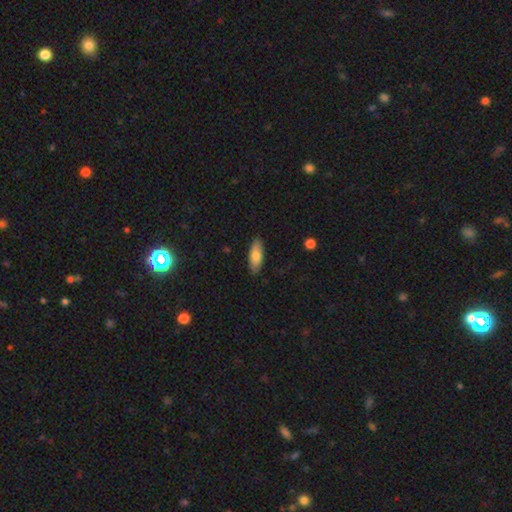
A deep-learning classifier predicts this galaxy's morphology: A smooth galaxy with no disk features (77%) that is in between round and cigar-shaped (73%). Merging: none (87%).